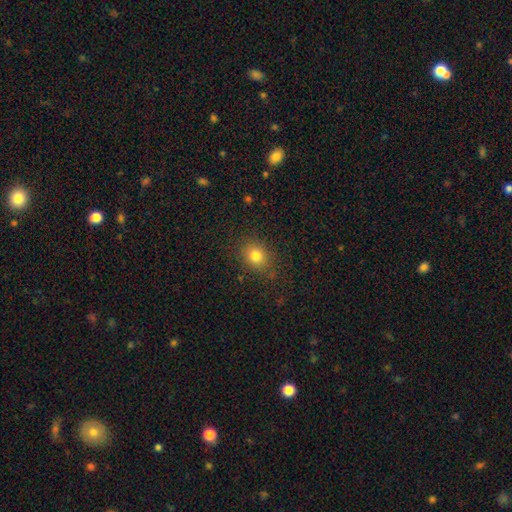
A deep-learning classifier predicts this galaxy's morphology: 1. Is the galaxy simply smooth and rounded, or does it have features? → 80% smooth, 13% star or artifact, 7% featured or disk.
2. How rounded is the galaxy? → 64% round, 35% in between, 1% cigar-shaped.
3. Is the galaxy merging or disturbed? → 85% none, 10% minor disturbance, 4% major disturbance, 1% merger.